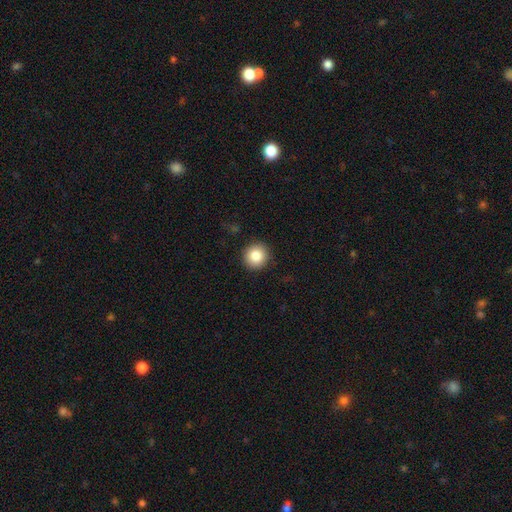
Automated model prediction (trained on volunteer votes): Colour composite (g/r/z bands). It shows a smooth galaxy with no disk features (86%) that is round (93%). Merging: none (91%).